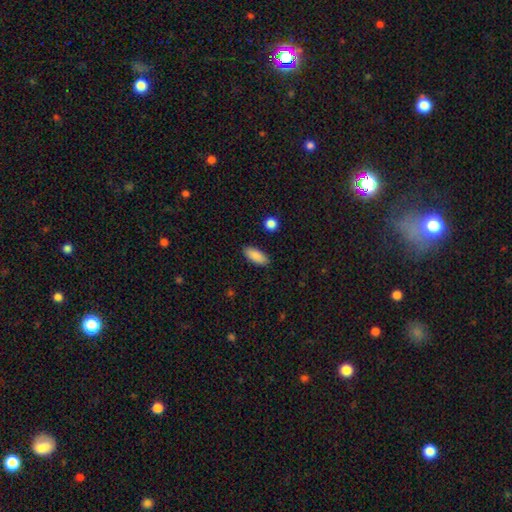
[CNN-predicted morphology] The model was most divided on "how rounded": in between: 84%, cigar-shaped: 14%, round: 2%. More confident: smooth or featured — smooth (89%); merging — none (89%).